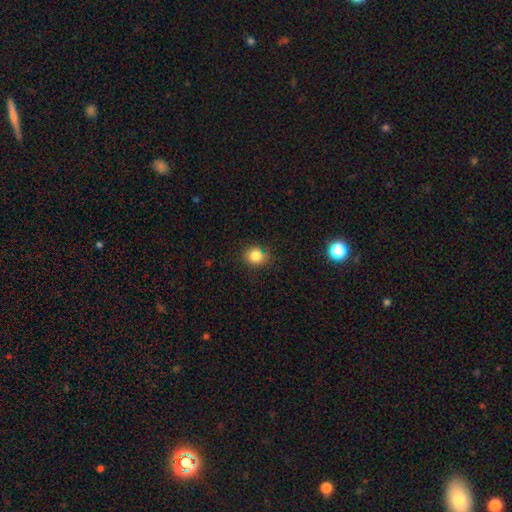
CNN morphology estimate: type=smooth (83%); roundness=round (79%); merging=none (80%).